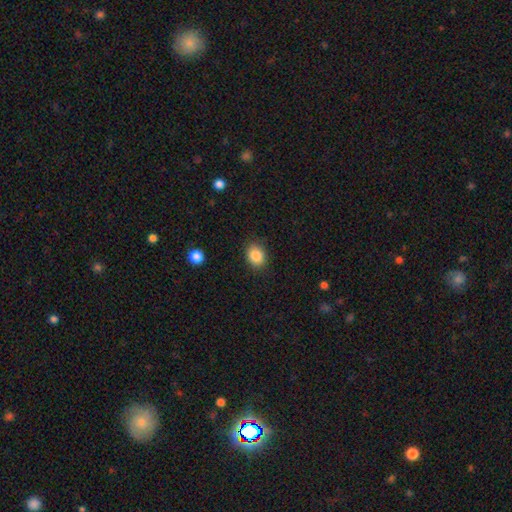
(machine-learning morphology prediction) Smooth or featured? smooth (86%)
How rounded? in between (50%)
Merging? none (87%)